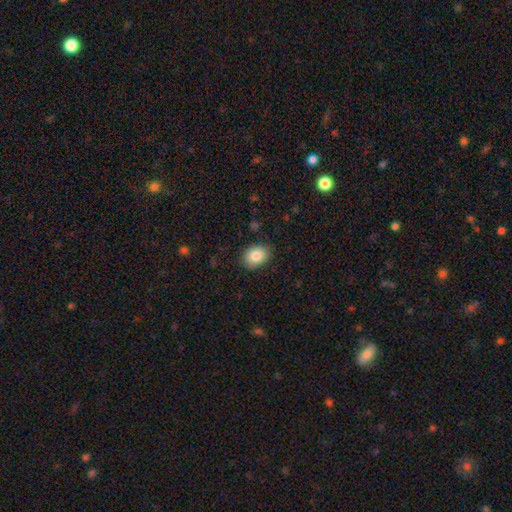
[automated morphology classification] Q: Smooth or featured?
A: smooth (85%); runner-up: star or artifact (8%)
Q: How rounded?
A: in between (66%); runner-up: round (33%)
Q: Merging?
A: none (85%); runner-up: minor disturbance (12%)